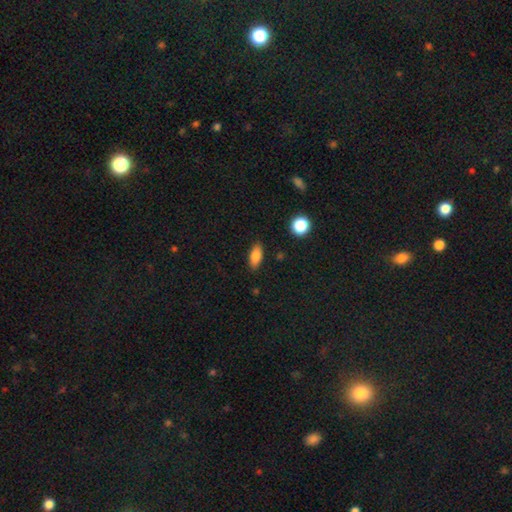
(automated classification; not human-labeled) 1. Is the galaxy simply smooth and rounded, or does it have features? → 81% smooth, 11% featured or disk, 8% star or artifact.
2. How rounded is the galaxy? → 84% in between, 12% cigar-shaped, 4% round.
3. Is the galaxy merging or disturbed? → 87% none, 10% minor disturbance, 2% major disturbance, 1% merger.